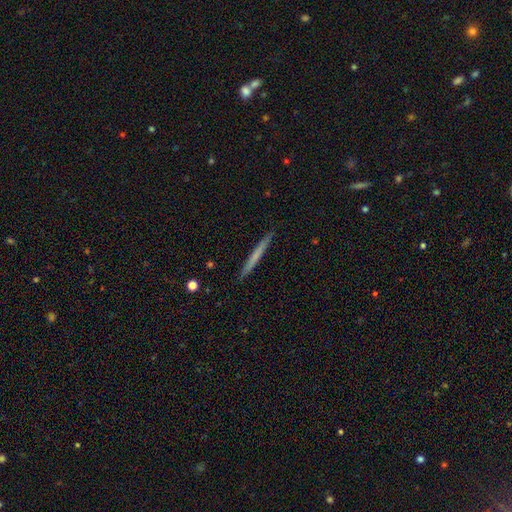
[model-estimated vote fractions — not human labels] smooth 56%, featured or disk 38%, star or artifact 6%. Down the decision tree: how rounded — cigar-shaped (97%); merging — none (92%).